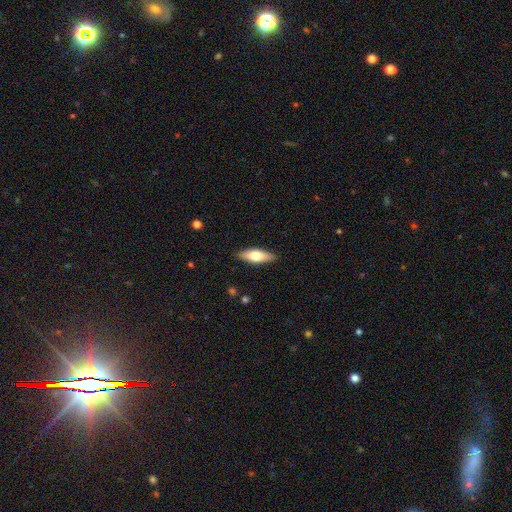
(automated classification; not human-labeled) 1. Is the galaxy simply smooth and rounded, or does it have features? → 61% smooth, 34% featured or disk, 6% star or artifact.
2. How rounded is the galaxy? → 58% in between, 40% cigar-shaped, 2% round.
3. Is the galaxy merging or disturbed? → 88% none, 9% minor disturbance, 2% major disturbance, 1% merger.